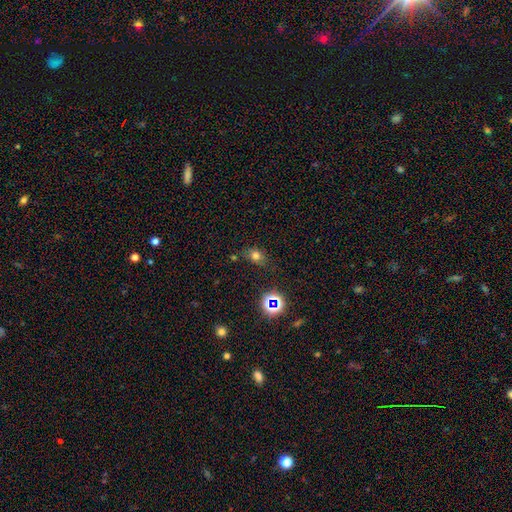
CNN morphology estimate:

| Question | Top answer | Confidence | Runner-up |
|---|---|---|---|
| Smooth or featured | smooth | 68% | star or artifact (22%) |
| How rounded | in between | 60% | round (38%) |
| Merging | none | 71% | minor disturbance (19%) |